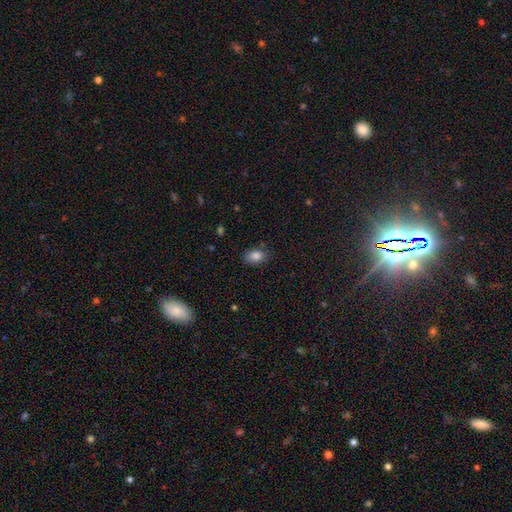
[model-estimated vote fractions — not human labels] Smooth or featured? smooth (85%)
How rounded? in between (84%)
Merging? none (80%)